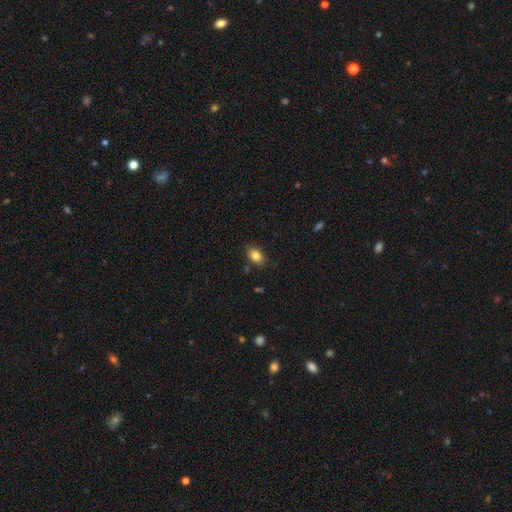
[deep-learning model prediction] Smooth or featured? smooth (84%)
How rounded? in between (82%)
Merging? none (85%)